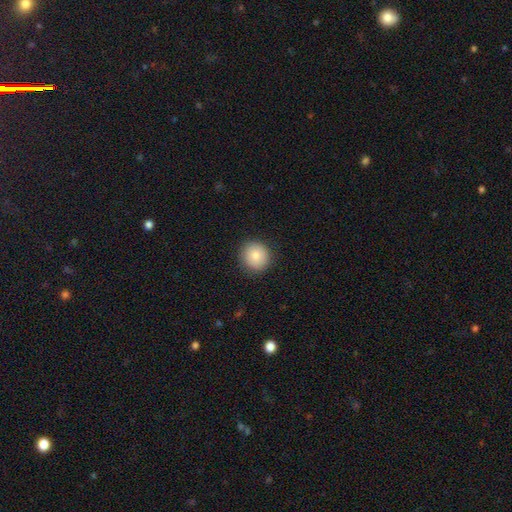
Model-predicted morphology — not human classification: A smooth galaxy with no disk features (84%) that is round (91%). Merging: none (90%).